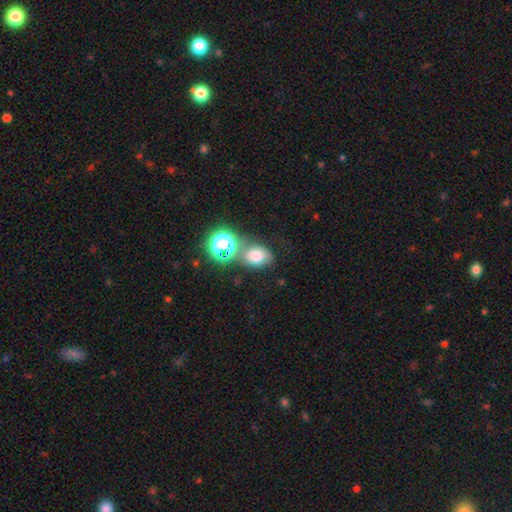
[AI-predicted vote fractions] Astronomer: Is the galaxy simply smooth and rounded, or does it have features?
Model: smooth — 69%.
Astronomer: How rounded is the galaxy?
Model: in between — 63%.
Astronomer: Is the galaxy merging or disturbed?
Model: none — 51%.